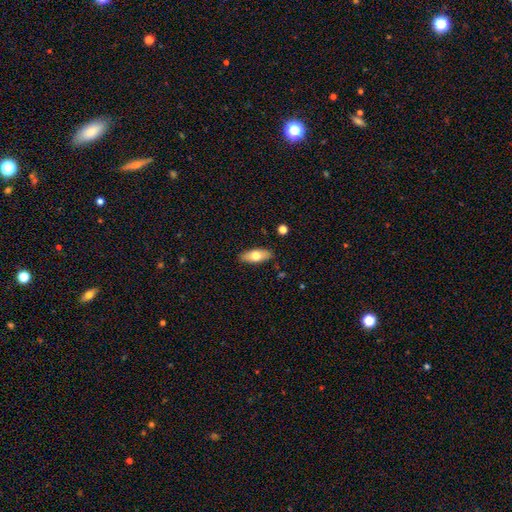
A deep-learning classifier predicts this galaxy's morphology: Smooth or featured? smooth (68%)
How rounded? in between (80%)
Merging? none (87%)